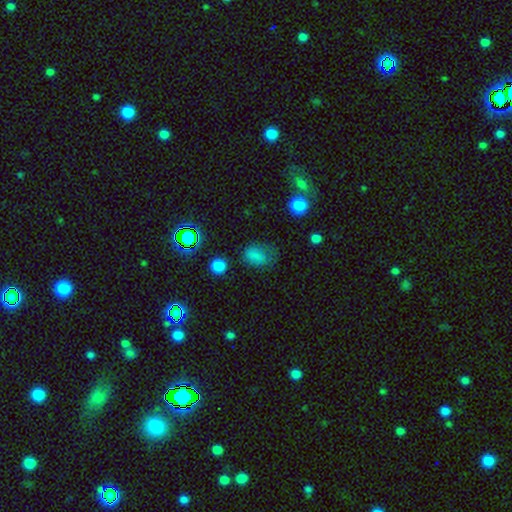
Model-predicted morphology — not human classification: Smooth or featured?
  - smooth: 75% *
  - star or artifact: 17%
  - featured or disk: 9%
How rounded?
  - in between: 72% *
  - round: 27%
  - cigar-shaped: 2%
Merging?
  - none: 58% *
  - minor disturbance: 26%
  - major disturbance: 14%
  - merger: 3%